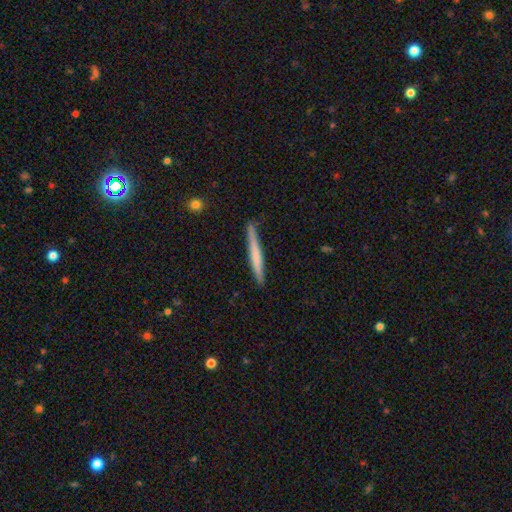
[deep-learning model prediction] Overall: smooth (56%; featured or disk 39%). How rounded: cigar-shaped (97%). Merging: none (85%).